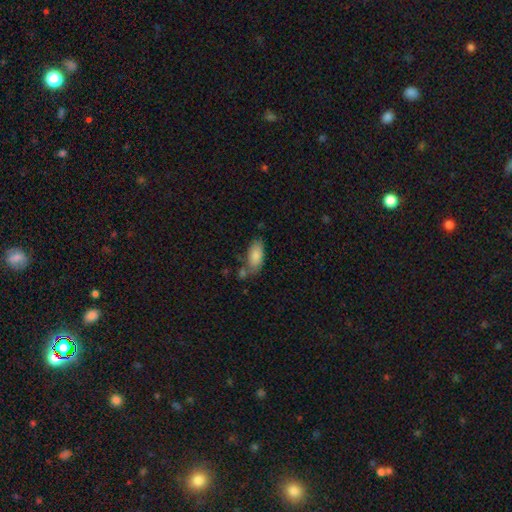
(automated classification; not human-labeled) This is clearly a smooth galaxy (85%). How rounded: clearly in between (90%). Merging: possibly none (58%).